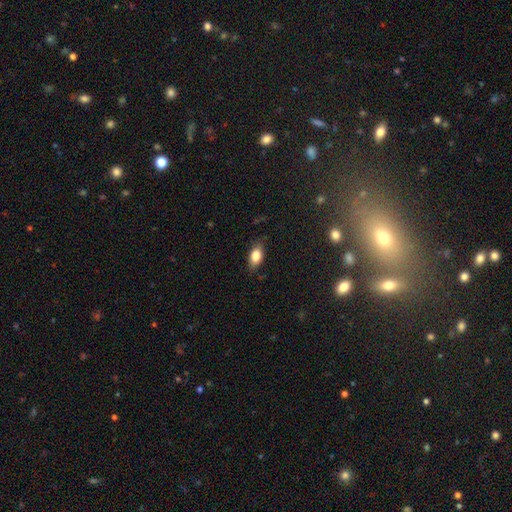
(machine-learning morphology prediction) Overall: smooth (82%). How rounded: in between (87%). Merging: none (80%).